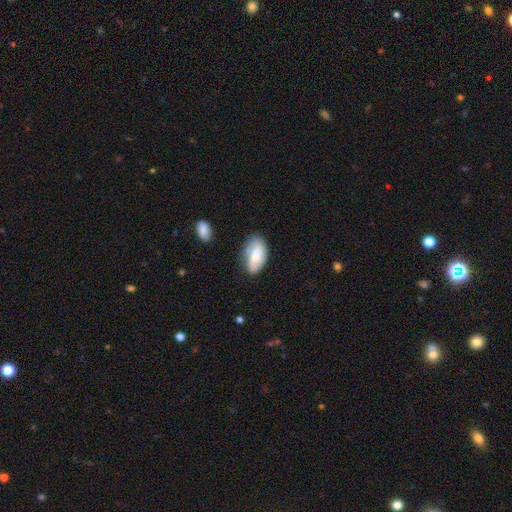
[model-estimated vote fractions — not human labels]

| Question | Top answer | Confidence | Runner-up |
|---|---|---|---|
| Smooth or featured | smooth | 52% | featured or disk (41%) |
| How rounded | in between | 93% | round (4%) |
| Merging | none | 65% | minor disturbance (25%) |